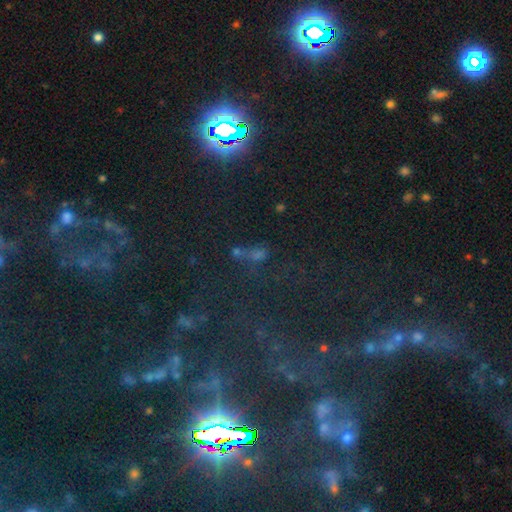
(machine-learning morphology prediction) This appears to be a star or artifact, not a galaxy (49%).